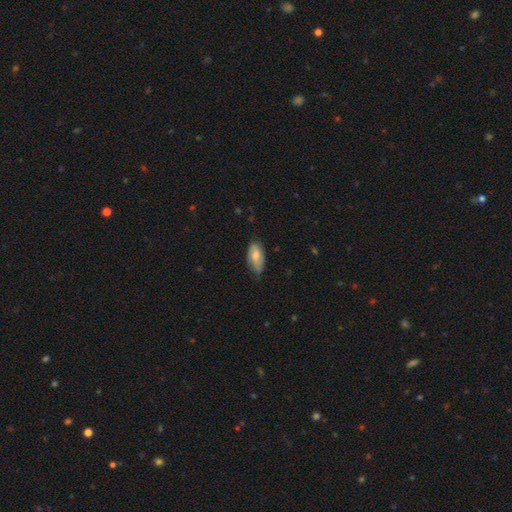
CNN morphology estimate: Smooth or featured?
  - smooth: 68% *
  - featured or disk: 26%
  - star or artifact: 6%
How rounded?
  - in between: 90% *
  - cigar-shaped: 8%
  - round: 3%
Merging?
  - none: 63% *
  - minor disturbance: 31%
  - major disturbance: 5%
  - merger: 1%